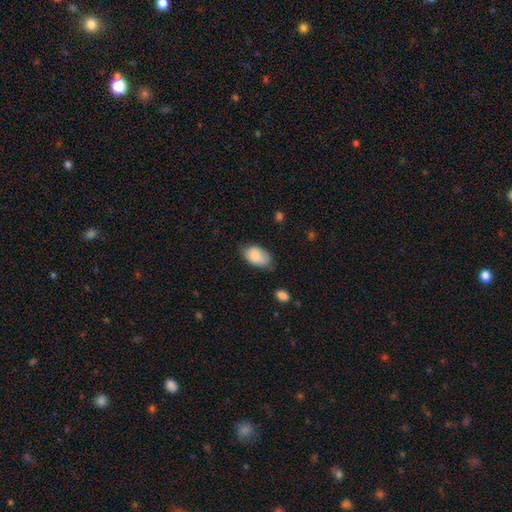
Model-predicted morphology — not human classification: type=smooth (87%); roundness=in between (92%); merging=none (66%).